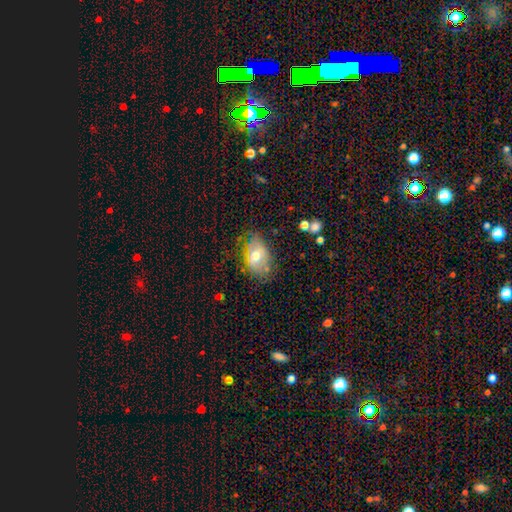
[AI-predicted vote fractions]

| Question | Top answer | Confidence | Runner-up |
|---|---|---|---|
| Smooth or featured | smooth | 46% | featured or disk (42%) |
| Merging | none | 62% | minor disturbance (26%) |